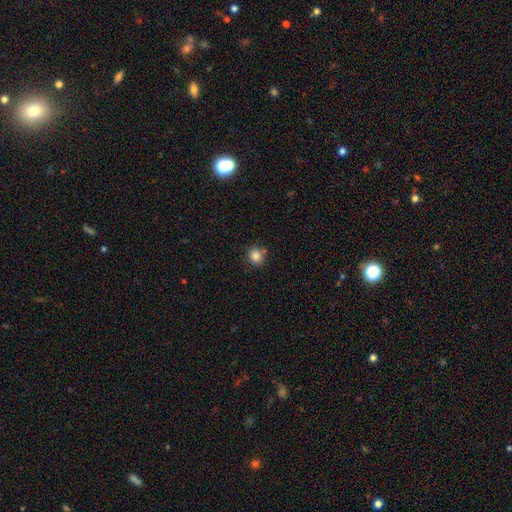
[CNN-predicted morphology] A smooth galaxy with no disk features (85%) that is round (73%).

Vote fractions:
- Smooth or featured? smooth: 85% / star or artifact: 10% / featured or disk: 5%
- How rounded? round: 73% / in between: 26% / cigar-shaped: 1%
- Merging? none: 76% / minor disturbance: 13% / merger: 8% / major disturbance: 3%